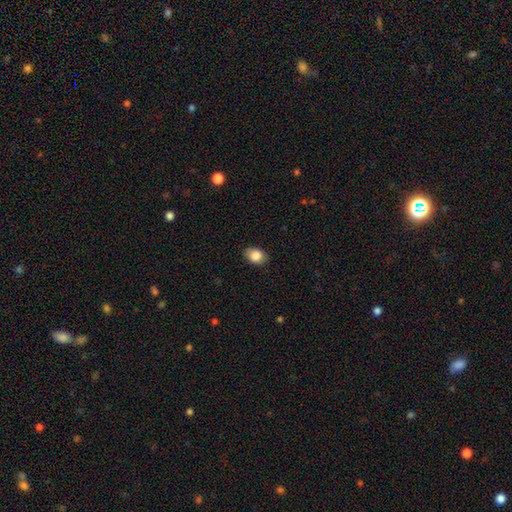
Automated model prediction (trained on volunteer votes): Smooth or featured? Predicted: smooth (p=0.85). How rounded? Predicted: in between (p=0.79). Merging? Predicted: none (p=0.86).